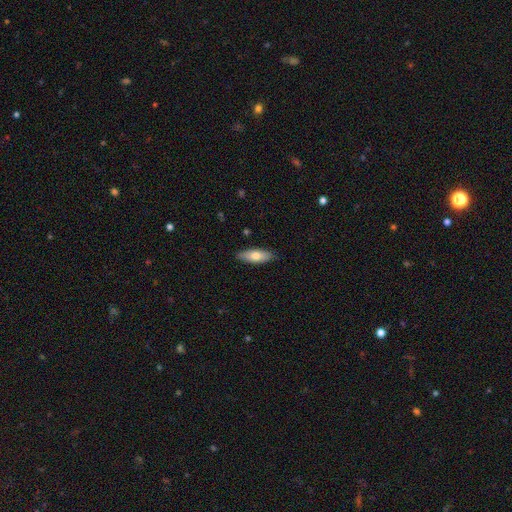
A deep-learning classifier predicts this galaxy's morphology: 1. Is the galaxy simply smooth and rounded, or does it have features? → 71% smooth, 24% featured or disk, 6% star or artifact.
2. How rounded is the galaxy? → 67% in between, 31% cigar-shaped, 2% round.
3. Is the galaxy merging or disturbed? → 87% none, 10% minor disturbance, 2% major disturbance, 1% merger.